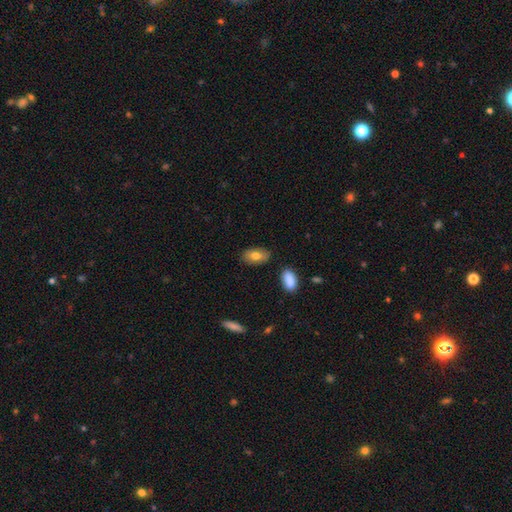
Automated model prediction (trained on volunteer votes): A smooth galaxy with no disk features (75%) that is in between round and cigar-shaped (92%). Merging: none (83%).